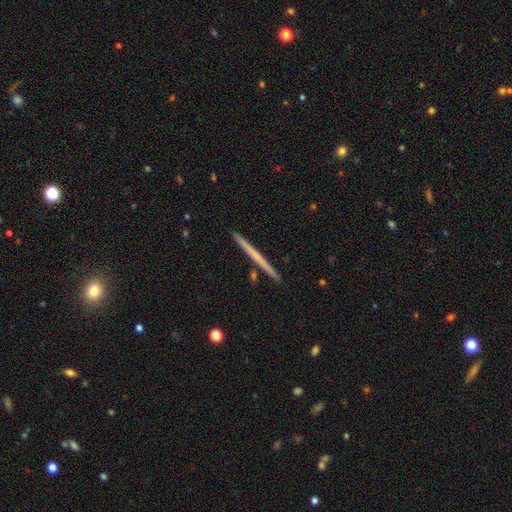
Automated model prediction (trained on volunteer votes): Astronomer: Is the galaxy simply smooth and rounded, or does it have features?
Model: featured or disk — 53% (runner-up: smooth, 42%).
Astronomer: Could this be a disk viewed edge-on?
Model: yes — 98%.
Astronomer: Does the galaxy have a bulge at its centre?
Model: none — 89%.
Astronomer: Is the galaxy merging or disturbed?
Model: none — 93%.